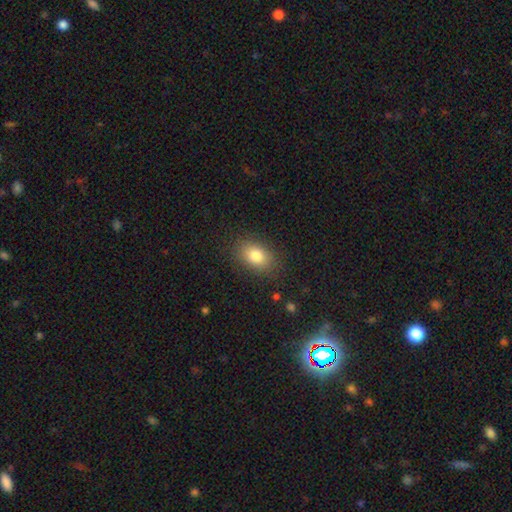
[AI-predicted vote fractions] A smooth galaxy with no disk features (81%) that is in between round and cigar-shaped (78%).

Vote fractions:
- Smooth or featured? smooth: 81% / star or artifact: 10% / featured or disk: 10%
- How rounded? in between: 78% / round: 21% / cigar-shaped: 1%
- Merging? none: 85% / minor disturbance: 10% / major disturbance: 3% / merger: 1%